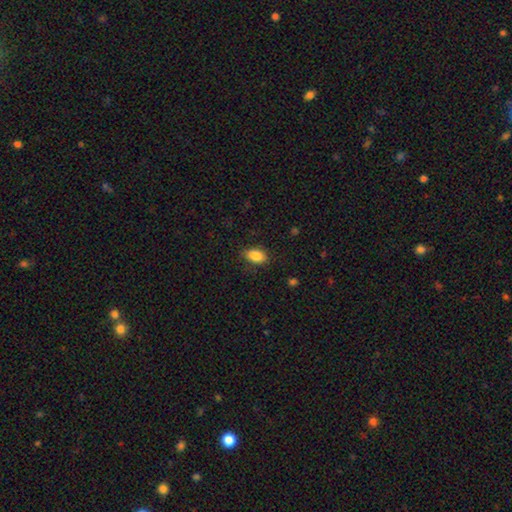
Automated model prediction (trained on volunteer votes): A smooth galaxy with no disk features (87%) that is in between round and cigar-shaped (89%). Merging: none (84%).